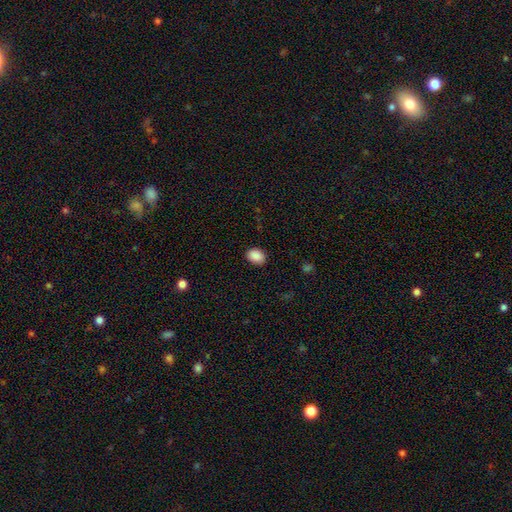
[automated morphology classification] smooth 90%, star or artifact 8%, featured or disk 3%. Down the decision tree: how rounded — in between (73%); merging — none (88%).